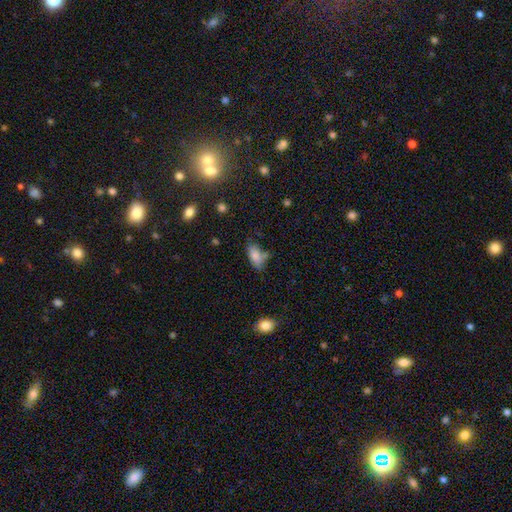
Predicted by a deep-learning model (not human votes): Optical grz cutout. It shows a smooth galaxy with no disk features (82%) that is in between round and cigar-shaped (88%). Merging: none (55%).